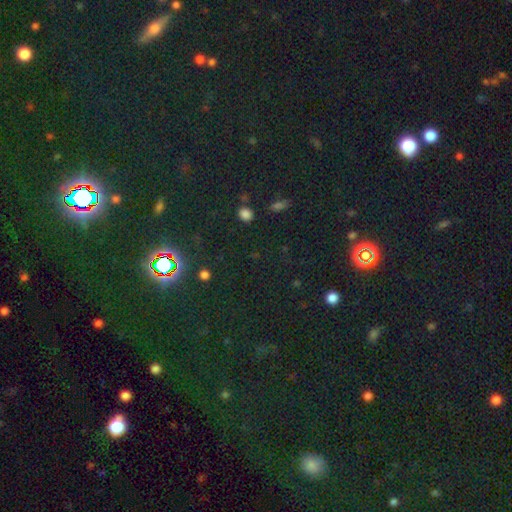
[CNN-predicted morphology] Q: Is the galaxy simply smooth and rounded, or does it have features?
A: star or artifact — 73%.